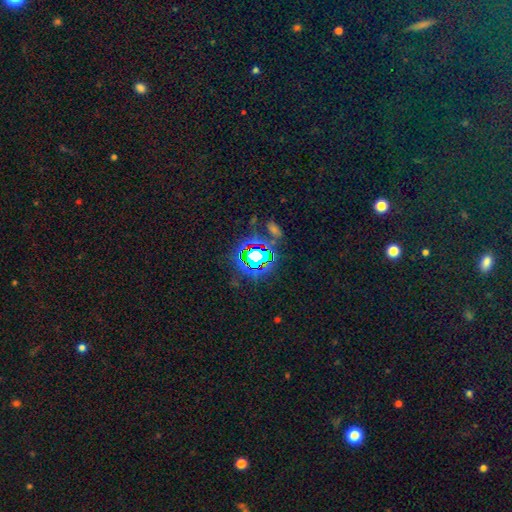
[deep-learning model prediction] Smooth or featured? Predicted: star or artifact (p=0.69).